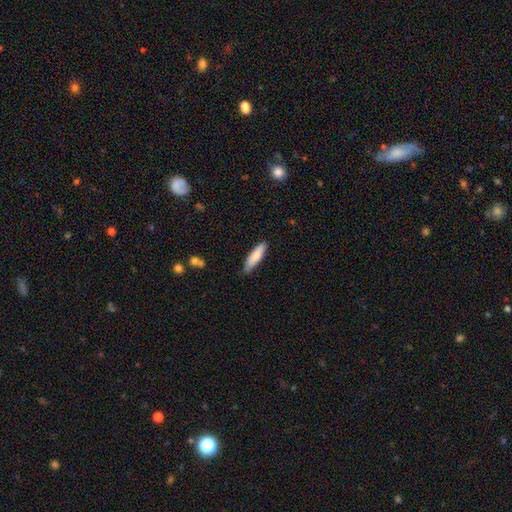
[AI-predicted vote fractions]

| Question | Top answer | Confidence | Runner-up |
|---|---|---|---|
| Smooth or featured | smooth | 80% | featured or disk (15%) |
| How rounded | cigar-shaped | 68% | in between (31%) |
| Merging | none | 83% | minor disturbance (14%) |